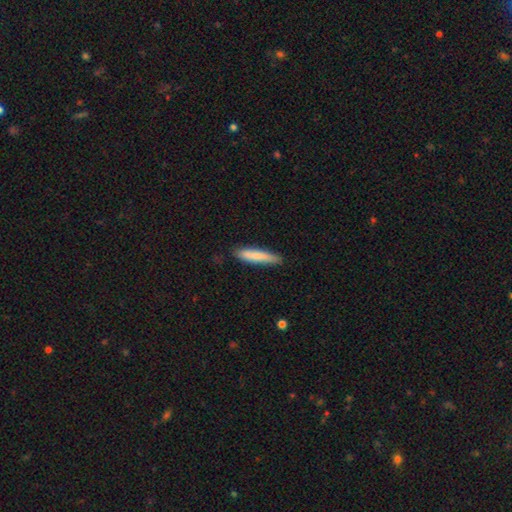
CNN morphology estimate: Q: Smooth or featured?
A: smooth (79%); runner-up: featured or disk (15%)
Q: How rounded?
A: cigar-shaped (89%); runner-up: in between (9%)
Q: Merging?
A: none (84%); runner-up: minor disturbance (13%)